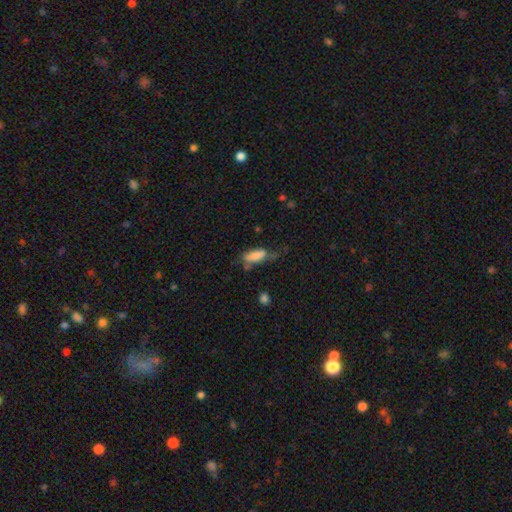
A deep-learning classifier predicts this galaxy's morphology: smooth 79%, featured or disk 13%, star or artifact 8%. Down the decision tree: how rounded — in between (72%); merging — none (39%).